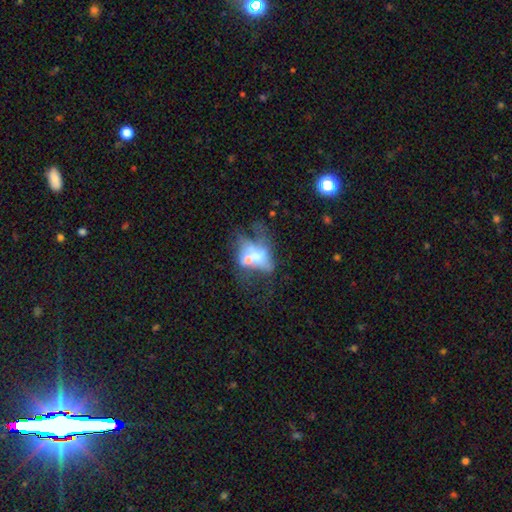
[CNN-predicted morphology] Smooth or featured? featured or disk (52%)
Edge-on disk? no (92%)
Merging? merger (52%)